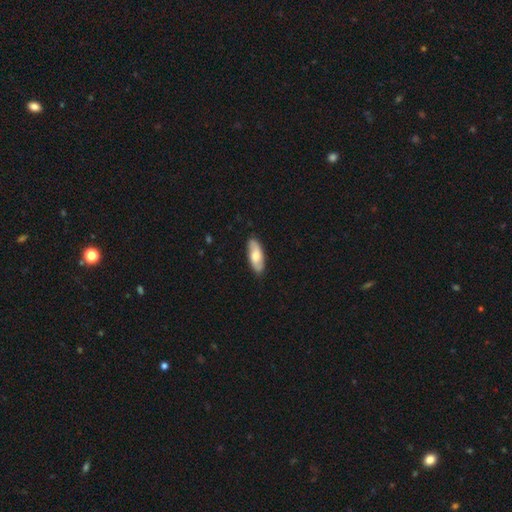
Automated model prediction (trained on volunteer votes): This is possibly a smooth galaxy (59%). How rounded: likely in between (77%). Merging: clearly none (87%).